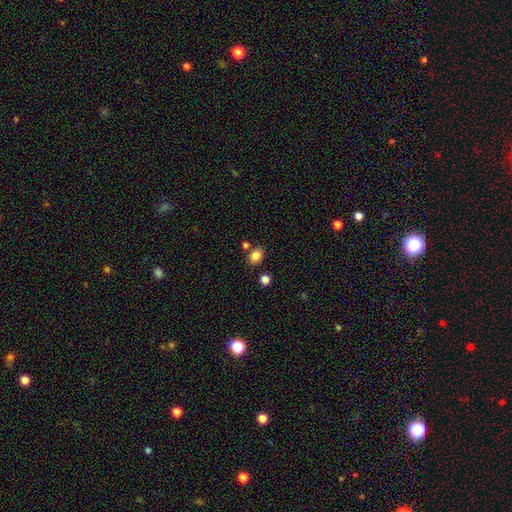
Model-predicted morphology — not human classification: This appears to be a smooth galaxy with no disk features (84%) that is round (50%). Merging: none (77%).